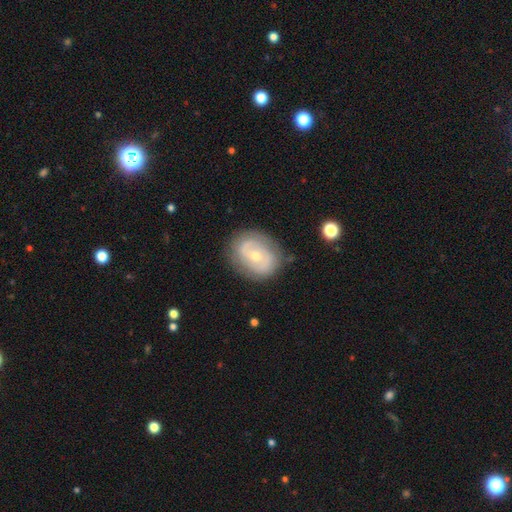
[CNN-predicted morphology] type=featured or disk (64%); edge-on=no (96%); bar=no (60%); spiral arms=yes (61%); bulge=small (49%); merging=none (78%).